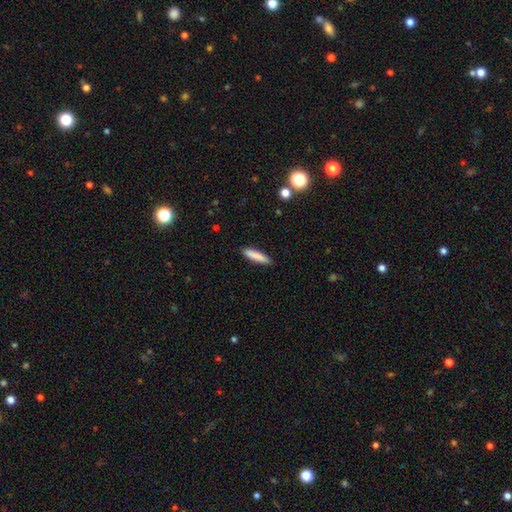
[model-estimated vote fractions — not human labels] smooth-or-featured: smooth: 85% | featured or disk: 9% | star or artifact: 6%
  how-rounded: cigar-shaped: 86% | in between: 13% | round: 1%
  merging: none: 90% | minor disturbance: 7% | major disturbance: 2% | merger: 1%